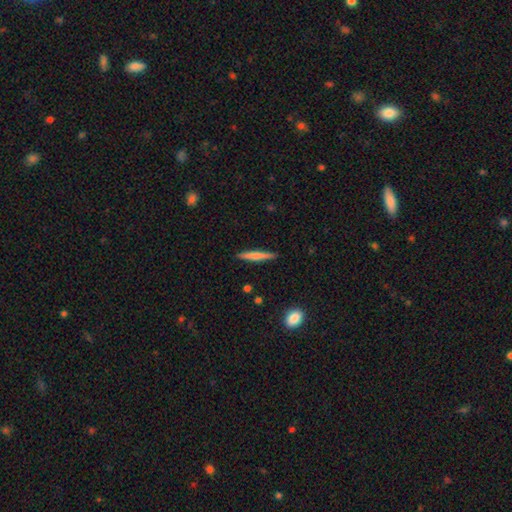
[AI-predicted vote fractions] smooth 60%, featured or disk 35%, star or artifact 6%. Down the decision tree: how rounded — cigar-shaped (94%); merging — none (90%).